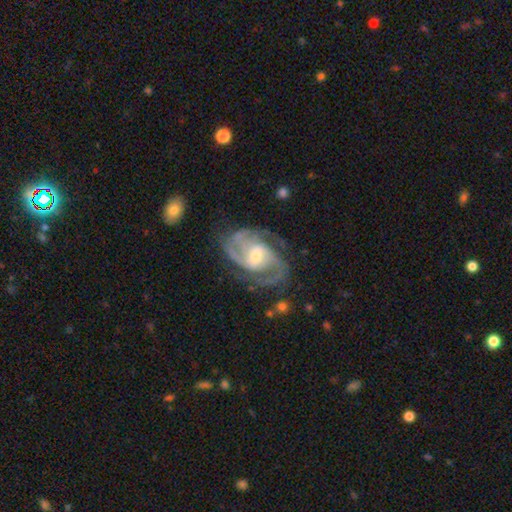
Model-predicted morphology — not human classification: featured or disk 91%, smooth 5%, star or artifact 4%. Down the decision tree: edge-on disk — no (98%); bar — weak (49%); spiral arms — yes (98%); spiral arm count — 2 (45%); spiral winding — medium (52%); bulge size — moderate (54%); merging — none (71%).